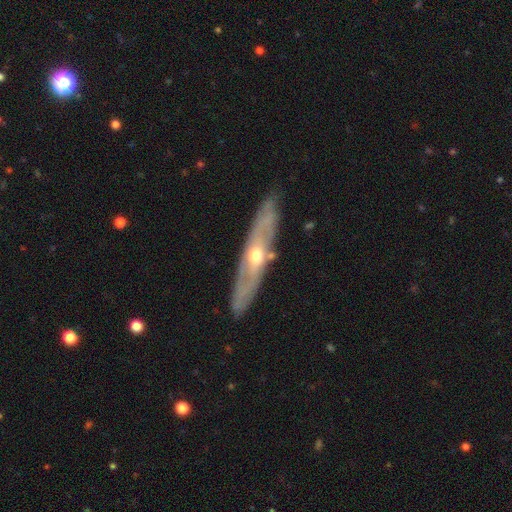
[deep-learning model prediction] Smooth or featured: featured or disk — 73% (smooth — 22%)
Edge-on disk: no — 53% (yes — 47%)
Merging: none — 81% (minor disturbance — 13%)